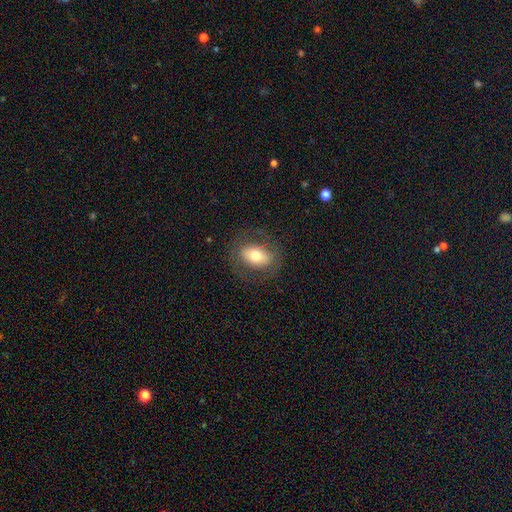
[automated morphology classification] The model was most divided on "smooth or featured": smooth: 63%, featured or disk: 29%, star or artifact: 8%. More confident: merging — none (79%); how rounded — in between (79%).